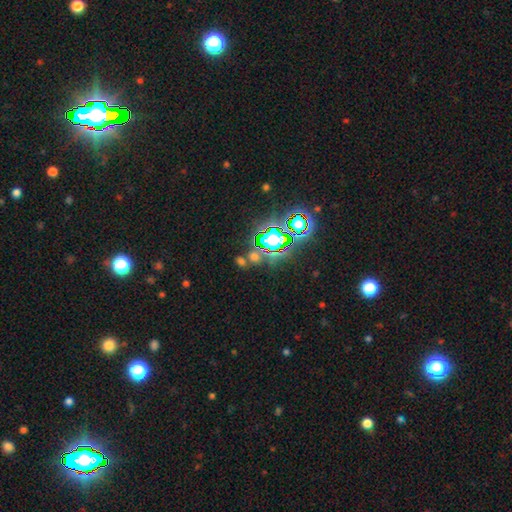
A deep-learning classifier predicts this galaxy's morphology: smooth-or-featured: star or artifact: 73% | smooth: 17% | featured or disk: 10%